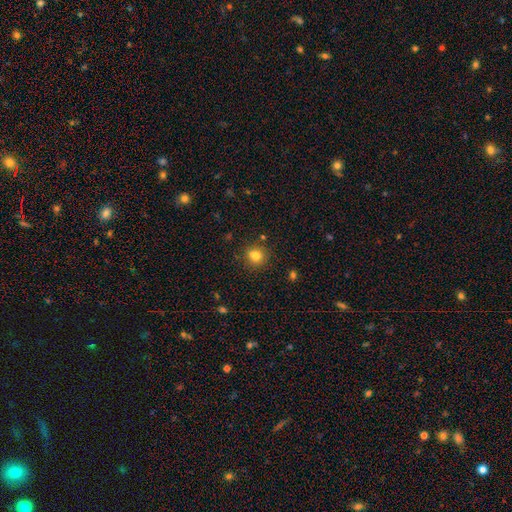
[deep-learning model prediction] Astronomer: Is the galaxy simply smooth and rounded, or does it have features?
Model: smooth — 76%.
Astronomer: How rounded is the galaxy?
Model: round — 88%.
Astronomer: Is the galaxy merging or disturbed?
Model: none — 72%.